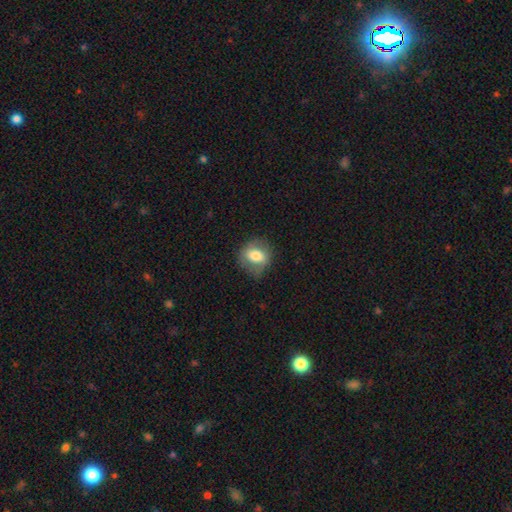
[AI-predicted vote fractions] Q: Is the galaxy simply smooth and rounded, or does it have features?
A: smooth — 67%.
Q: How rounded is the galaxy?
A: round — 57%.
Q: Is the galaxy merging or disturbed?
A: none — 70%.